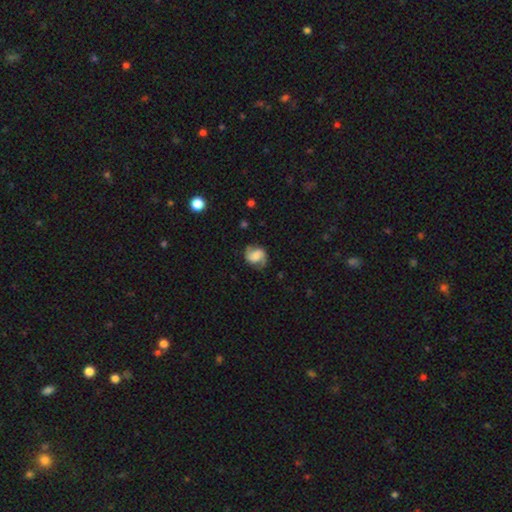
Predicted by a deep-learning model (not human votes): Morphology: type=featured or disk (60%); edge-on=no (98%); bar=no (42%); spiral arms=yes (91%); winding=medium (45%); arm count=2 (84%); bulge=none (32%); merging=none (68%).